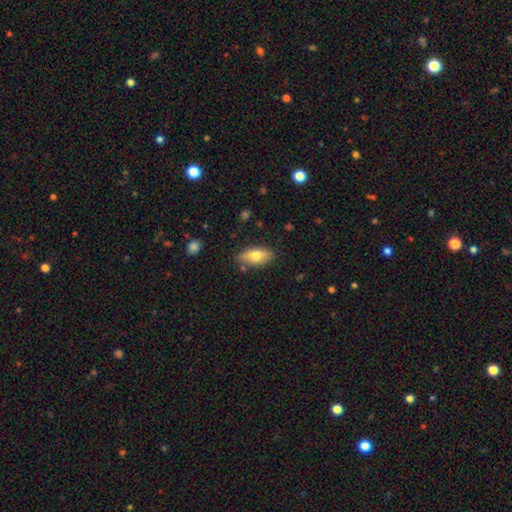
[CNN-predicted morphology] A smooth galaxy with no disk features (67%) that is in between round and cigar-shaped (82%).

Vote fractions:
- Smooth or featured? smooth: 67% / featured or disk: 26% / star or artifact: 7%
- How rounded? in between: 82% / cigar-shaped: 15% / round: 4%
- Merging? none: 80% / minor disturbance: 15% / major disturbance: 3% / merger: 3%